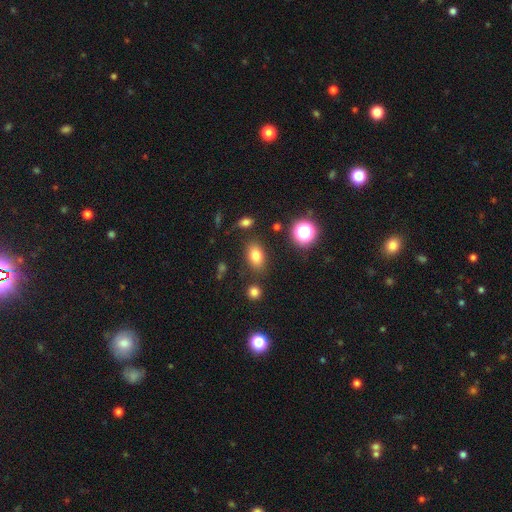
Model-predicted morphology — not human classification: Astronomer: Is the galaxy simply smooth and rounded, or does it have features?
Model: smooth — 78%.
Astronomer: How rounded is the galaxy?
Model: in between — 83%.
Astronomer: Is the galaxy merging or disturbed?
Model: none — 82%.